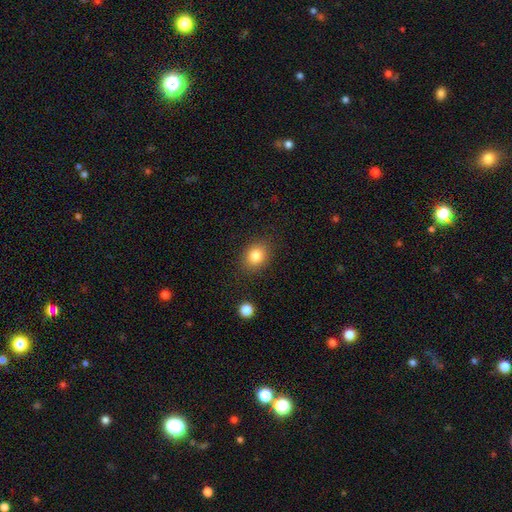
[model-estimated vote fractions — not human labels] smooth-or-featured: smooth: 83% | star or artifact: 10% | featured or disk: 7%
  how-rounded: round: 53% | in between: 47% | cigar-shaped: 1%
  merging: none: 84% | minor disturbance: 10% | major disturbance: 3% | merger: 2%